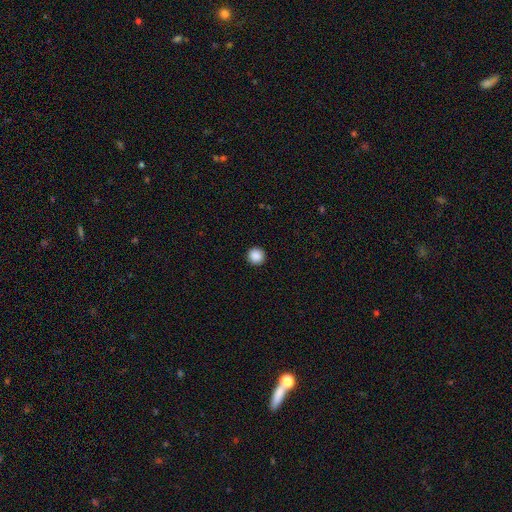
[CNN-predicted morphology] Smooth or featured? Predicted: smooth (p=0.89). How rounded? Predicted: round (p=0.96). Merging? Predicted: none (p=0.93).